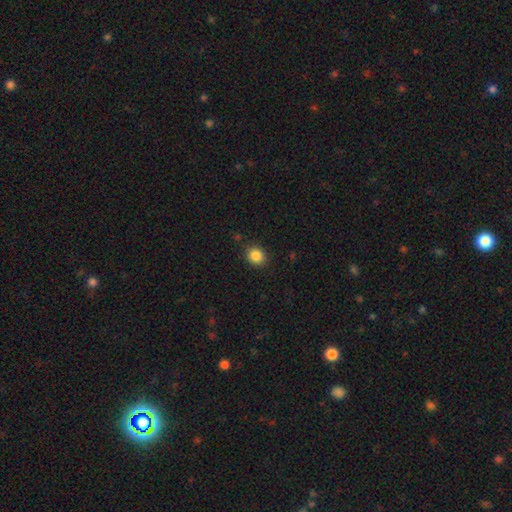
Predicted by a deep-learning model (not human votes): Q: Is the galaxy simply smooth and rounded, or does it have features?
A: smooth — 86%.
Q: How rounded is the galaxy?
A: round — 69%.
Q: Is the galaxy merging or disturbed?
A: none — 88%.